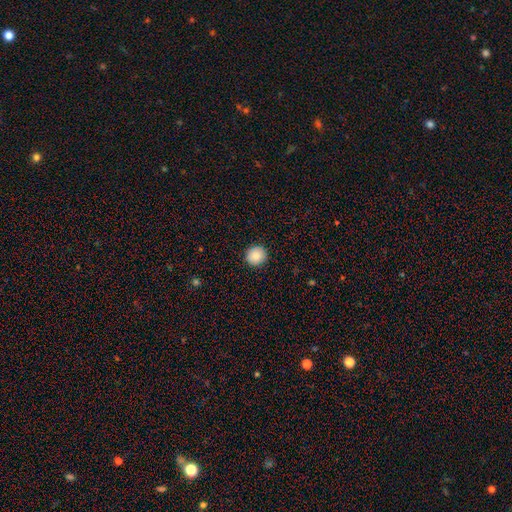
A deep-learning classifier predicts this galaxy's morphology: Smooth or featured: smooth — 86% (star or artifact — 9%)
How rounded: round — 93% (in between — 6%)
Merging: none — 92% (minor disturbance — 5%)